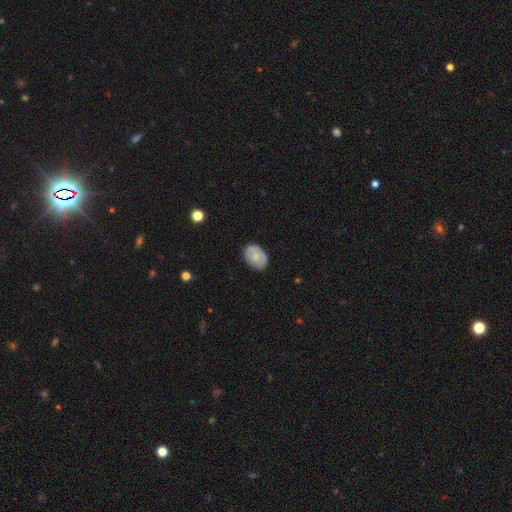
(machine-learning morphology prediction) This appears to be a smooth galaxy with no disk features (64%) that is in between round and cigar-shaped (80%). Merging: none (78%).